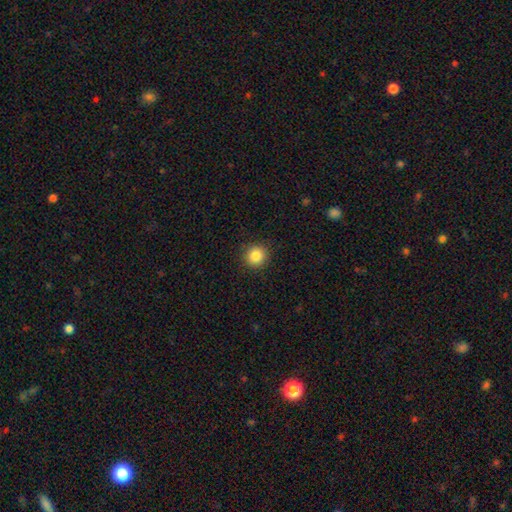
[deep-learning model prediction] smooth-or-featured: smooth: 85% | star or artifact: 10% | featured or disk: 4%
  how-rounded: round: 92% | in between: 7% | cigar-shaped: 1%
  merging: none: 91% | minor disturbance: 6% | major disturbance: 2% | merger: 1%